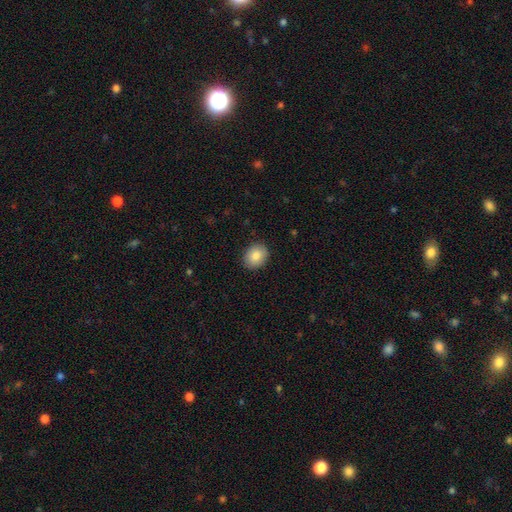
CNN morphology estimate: Smooth or featured?
  - smooth: 84% *
  - featured or disk: 9%
  - star or artifact: 8%
How rounded?
  - round: 52% *
  - in between: 47%
  - cigar-shaped: 1%
Merging?
  - none: 89% *
  - minor disturbance: 8%
  - major disturbance: 2%
  - merger: 1%